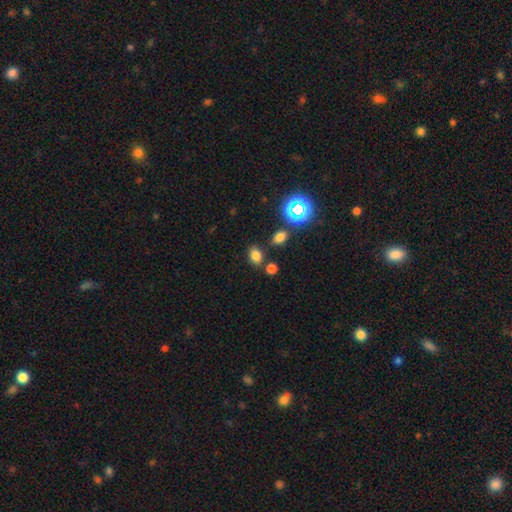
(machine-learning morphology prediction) This appears to be a smooth galaxy with no disk features (74%) that is in between round and cigar-shaped (68%). Merging: none (75%).